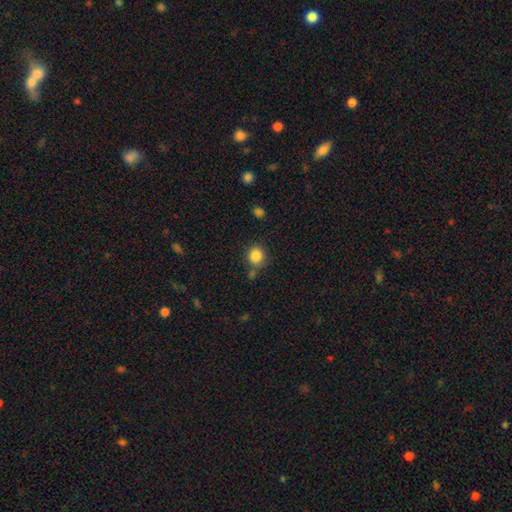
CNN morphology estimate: Smooth or featured: smooth — 85% (star or artifact — 10%)
How rounded: round — 86% (in between — 13%)
Merging: none — 75% (minor disturbance — 12%)